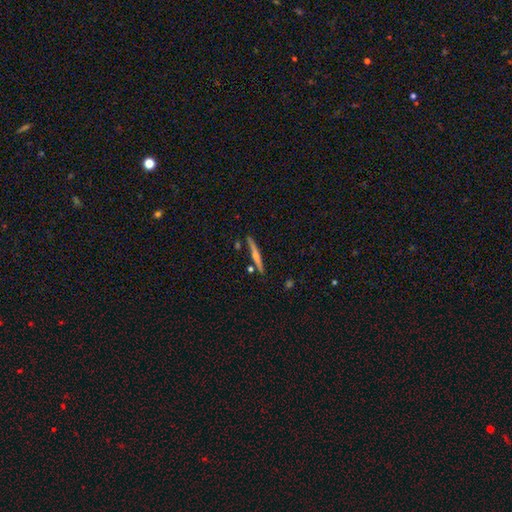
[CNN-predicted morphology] A featured or disk galaxy (69%) viewed edge-on (98%) with a rounded central bulge (82%). Merging: none (86%).